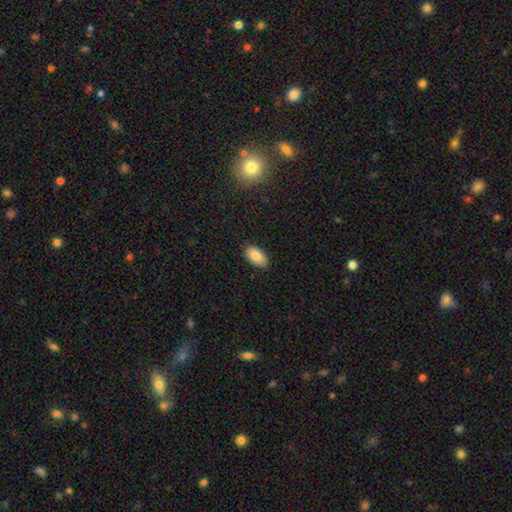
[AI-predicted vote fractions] smooth-or-featured: smooth: 86% | featured or disk: 7% | star or artifact: 7%
  how-rounded: in between: 94% | round: 3% | cigar-shaped: 3%
  merging: none: 88% | minor disturbance: 9% | major disturbance: 2% | merger: 1%